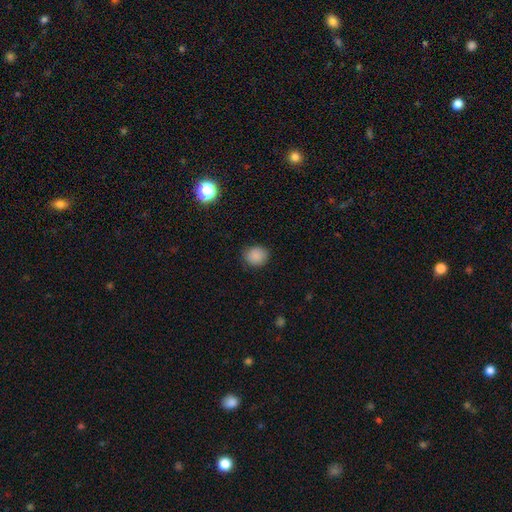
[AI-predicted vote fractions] A smooth galaxy with no disk features (87%) that is round (82%). Merging: none (85%).